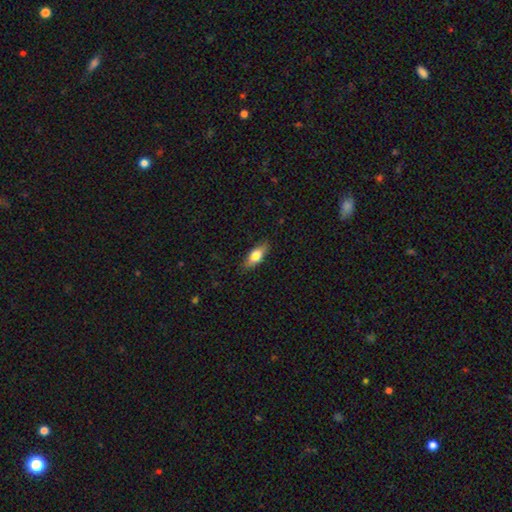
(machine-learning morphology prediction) A smooth galaxy with no disk features (68%) that is in between round and cigar-shaped (72%).

Vote fractions:
- Smooth or featured? smooth: 68% / featured or disk: 25% / star or artifact: 7%
- How rounded? in between: 72% / cigar-shaped: 25% / round: 3%
- Merging? none: 84% / minor disturbance: 12% / major disturbance: 2% / merger: 1%